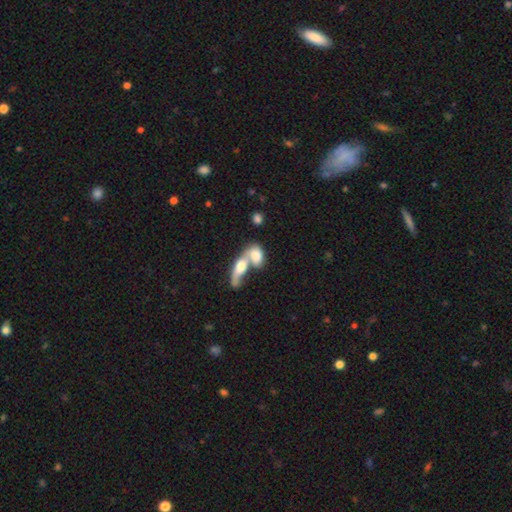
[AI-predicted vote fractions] smooth 67%, featured or disk 26%, star or artifact 8%. Down the decision tree: how rounded — in between (79%); merging — merger (77%).